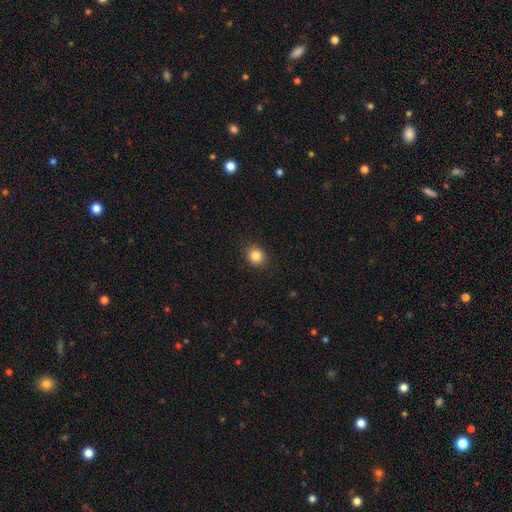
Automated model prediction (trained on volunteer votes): Smooth or featured? smooth (84%)
How rounded? round (79%)
Merging? none (87%)